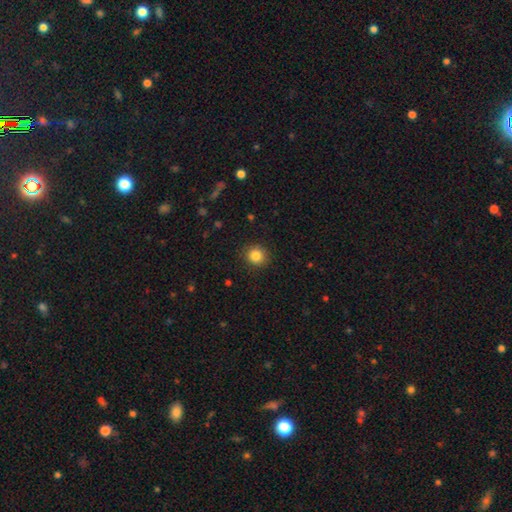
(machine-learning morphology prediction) This appears to be a smooth galaxy with no disk features (85%) that is round (87%). Merging: none (89%).